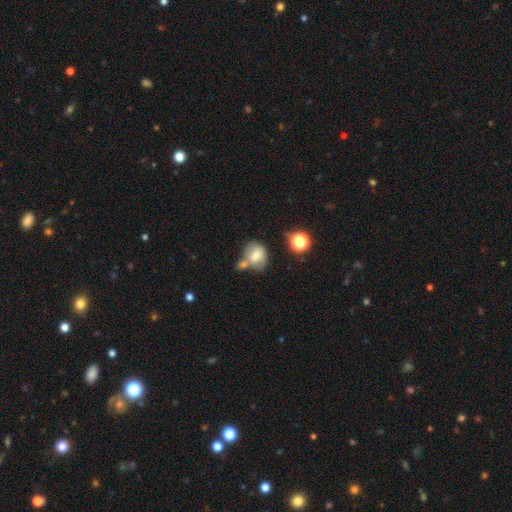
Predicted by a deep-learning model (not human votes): Smooth or featured? Predicted: smooth (p=0.67). How rounded? Predicted: round (p=0.60). Merging? Predicted: none (p=0.40).